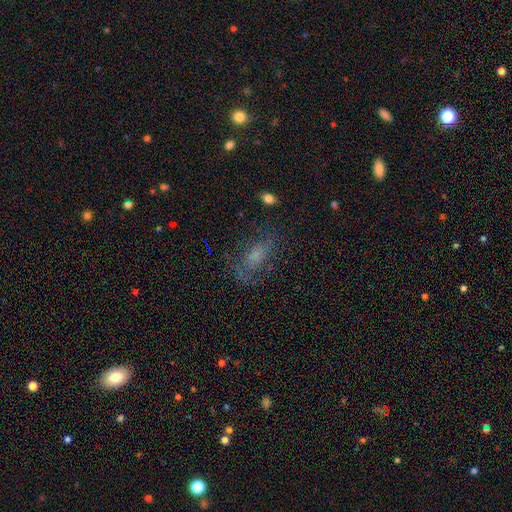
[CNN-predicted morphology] featured or disk 42%, smooth 40%, star or artifact 17%. Down the decision tree: merging — none (58%).